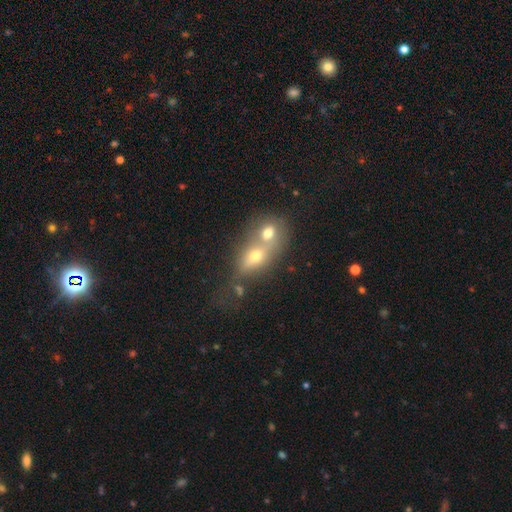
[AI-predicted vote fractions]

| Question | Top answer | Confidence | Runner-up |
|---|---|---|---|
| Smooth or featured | smooth | 60% | featured or disk (27%) |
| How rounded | in between | 57% | round (36%) |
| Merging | merger | 70% | none (20%) |